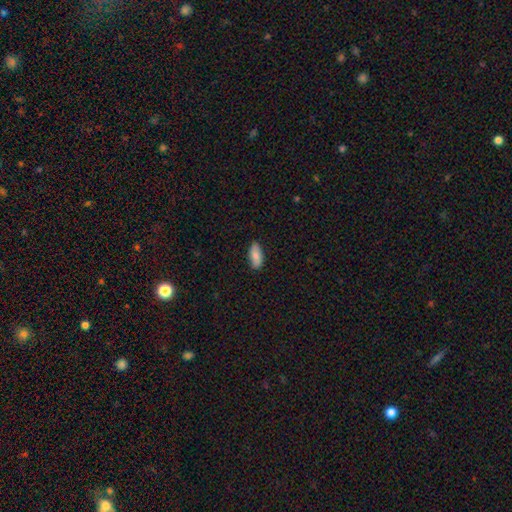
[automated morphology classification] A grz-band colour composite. It shows a smooth galaxy with no disk features (78%) that is in between round and cigar-shaped (87%). Merging: none (86%).